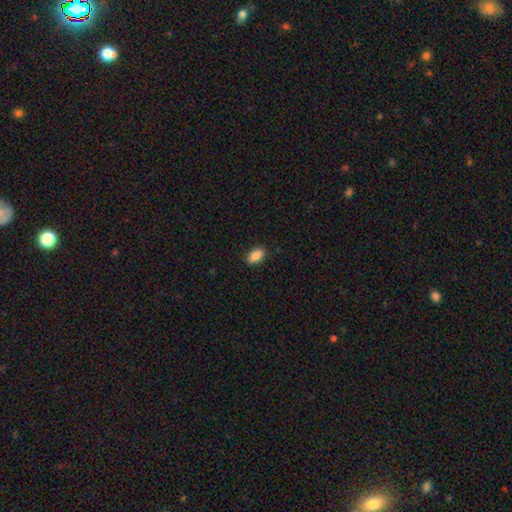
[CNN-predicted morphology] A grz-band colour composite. It shows a smooth galaxy with no disk features (87%) that is in between round and cigar-shaped (92%). Merging: none (88%).